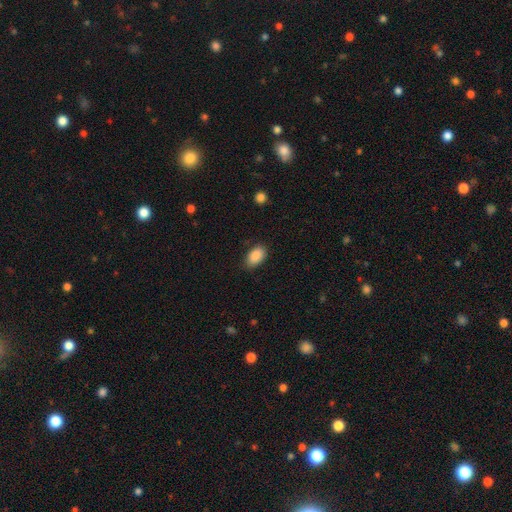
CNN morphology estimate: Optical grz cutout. It shows a smooth galaxy with no disk features (89%) that is in between round and cigar-shaped (92%). Merging: none (80%).